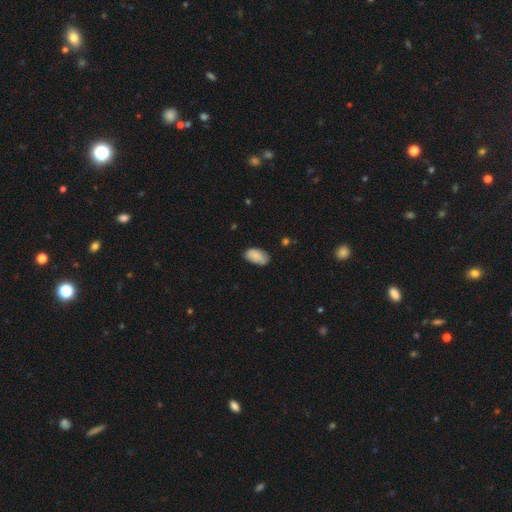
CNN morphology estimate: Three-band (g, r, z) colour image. It shows a smooth galaxy with no disk features (87%) that is in between round and cigar-shaped (94%). Merging: none (74%).